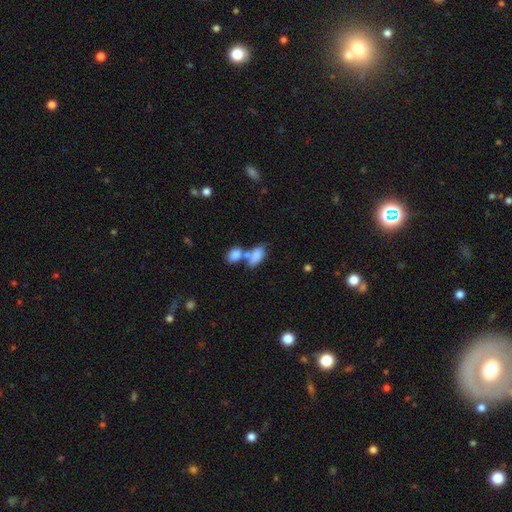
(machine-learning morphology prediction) A smooth galaxy with no disk features (80%) that is in between round and cigar-shaped (88%).

Vote fractions:
- Smooth or featured? smooth: 80% / featured or disk: 13% / star or artifact: 8%
- How rounded? in between: 88% / round: 7% / cigar-shaped: 5%
- Merging? merger: 55% / none: 27% / minor disturbance: 11% / major disturbance: 7%